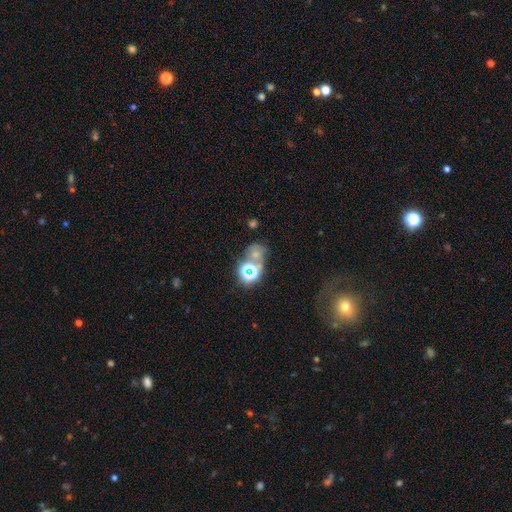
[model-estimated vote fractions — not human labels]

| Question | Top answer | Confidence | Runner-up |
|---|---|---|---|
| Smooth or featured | star or artifact | 43% | smooth (41%) |